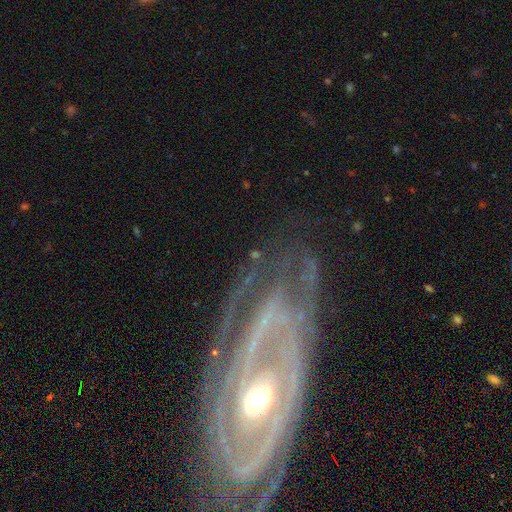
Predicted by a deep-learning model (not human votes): Smooth or featured? Predicted: featured or disk (p=0.69). Edge-on disk? Predicted: no (p=0.93). Bar? Predicted: strong (p=0.35). Spiral arms? Predicted: yes (p=0.85). Spiral winding? Predicted: tight (p=0.53). Spiral arm count? Predicted: 2 (p=0.34). Bulge size? Predicted: small (p=0.56). Merging? Predicted: none (p=0.67).